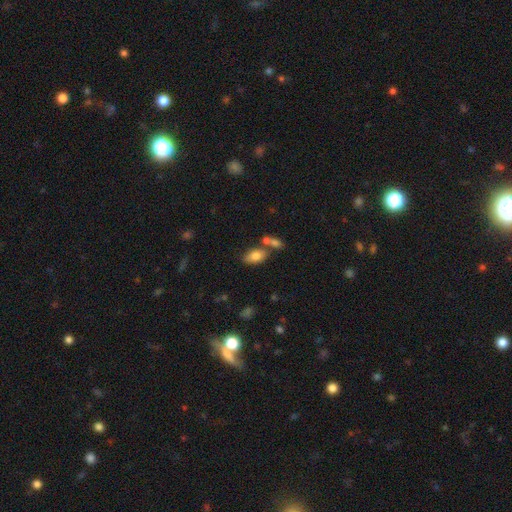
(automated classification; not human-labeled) A smooth galaxy with no disk features (79%) that is in between round and cigar-shaped (90%). Merging: none (56%).